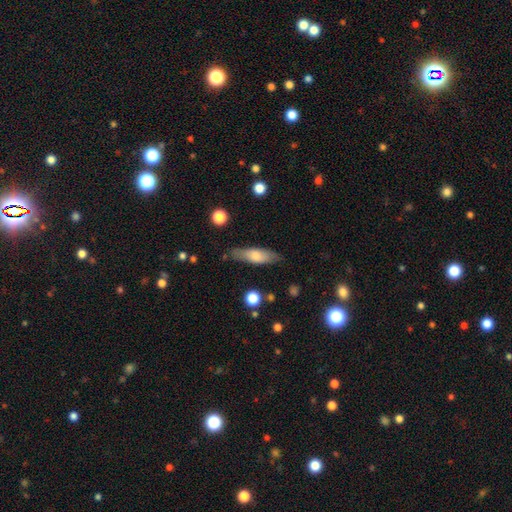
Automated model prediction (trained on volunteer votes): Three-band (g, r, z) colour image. It shows a smooth galaxy with no disk features (64%) that is cigar-shaped (55%). Merging: none (80%).